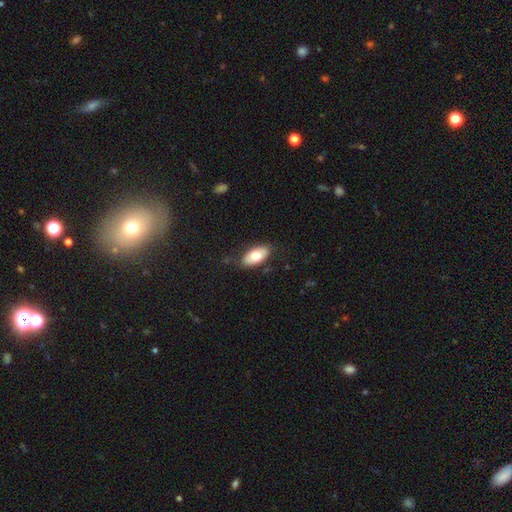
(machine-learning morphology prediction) Smooth or featured? Predicted: smooth (p=0.69). How rounded? Predicted: in between (p=0.92). Merging? Predicted: none (p=0.79).